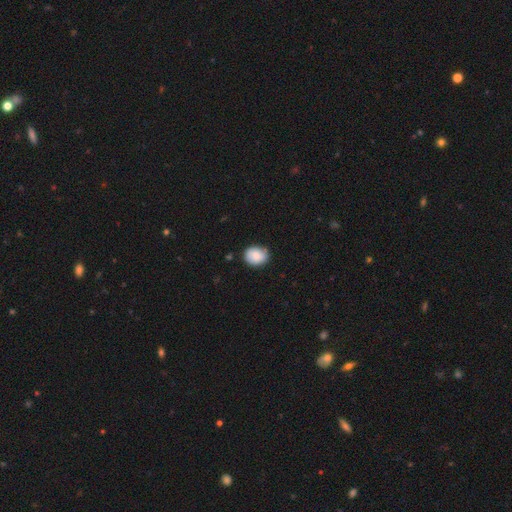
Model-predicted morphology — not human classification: Smooth or featured?
  - smooth: 82% *
  - featured or disk: 10%
  - star or artifact: 8%
How rounded?
  - round: 59% *
  - in between: 40%
  - cigar-shaped: 1%
Merging?
  - none: 76% *
  - minor disturbance: 19%
  - major disturbance: 3%
  - merger: 2%